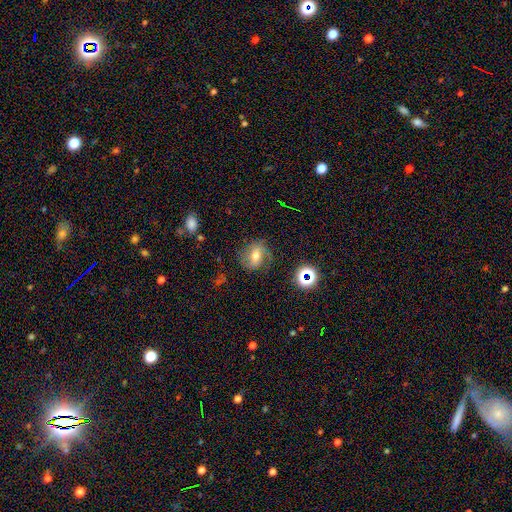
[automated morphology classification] featured or disk 53%, smooth 32%, star or artifact 16%. Down the decision tree: edge-on disk — no (95%); bar — weak (42%); spiral arms — yes (83%); bulge size — moderate (67%); merging — none (67%).